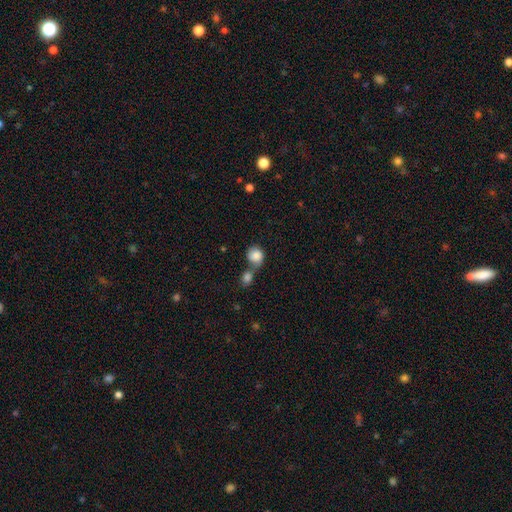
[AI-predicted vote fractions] This is clearly a smooth galaxy (84%). How rounded: clearly round (81%). Merging: possibly merger (54%).